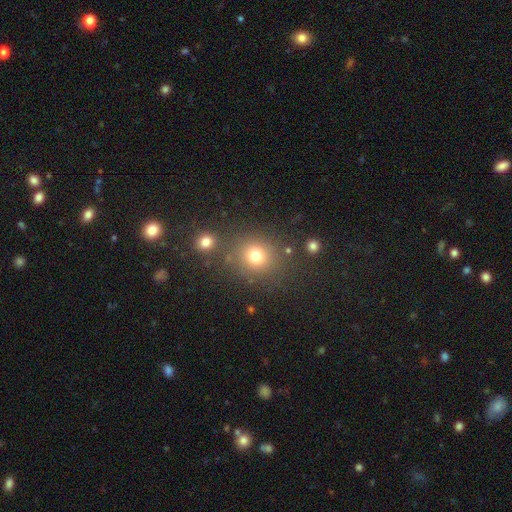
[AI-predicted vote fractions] Smooth or featured? Predicted: smooth (p=0.75). How rounded? Predicted: round (p=0.81). Merging? Predicted: none (p=0.77).